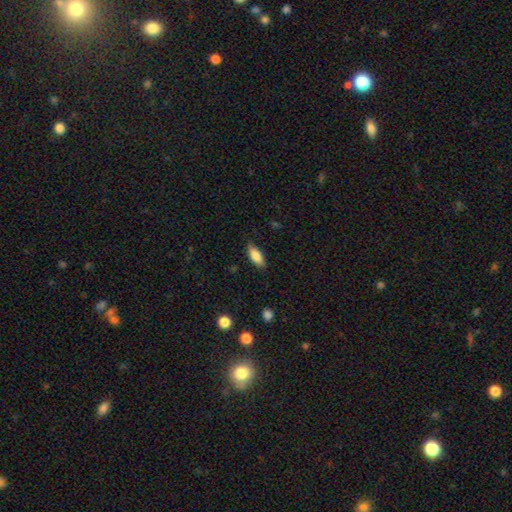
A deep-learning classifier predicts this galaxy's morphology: smooth_or_featured: smooth (p=0.85) [alt: featured or disk p=0.08]
how_rounded: in between (p=0.81) [alt: cigar-shaped p=0.17]
merging: none (p=0.84) [alt: minor disturbance p=0.13]